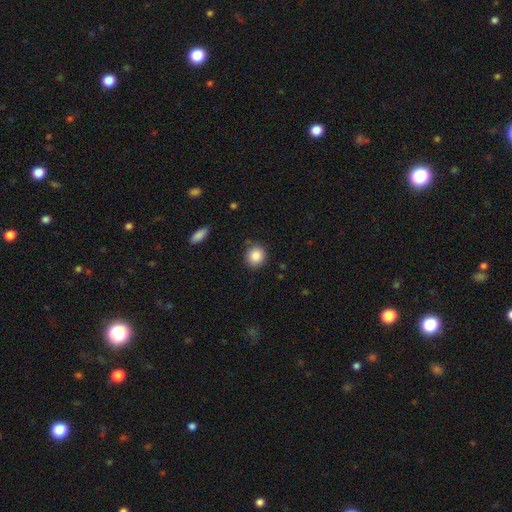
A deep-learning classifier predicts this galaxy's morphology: Smooth or featured?
  - smooth: 88% *
  - star or artifact: 8%
  - featured or disk: 4%
How rounded?
  - round: 84% *
  - in between: 15%
  - cigar-shaped: 1%
Merging?
  - none: 84% *
  - minor disturbance: 11%
  - major disturbance: 3%
  - merger: 2%